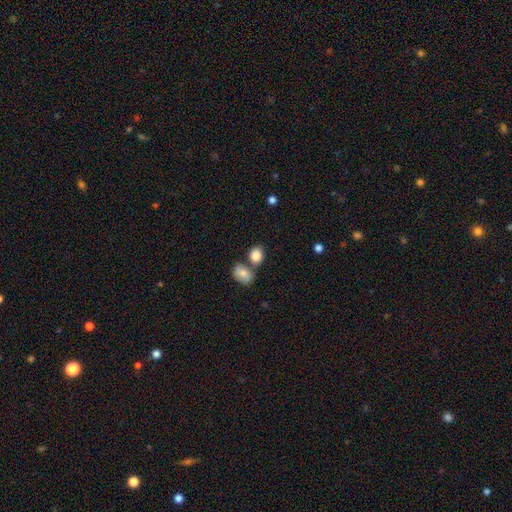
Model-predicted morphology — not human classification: A smooth galaxy with no disk features (86%) that is in between round and cigar-shaped (58%).

Vote fractions:
- Smooth or featured? smooth: 86% / star or artifact: 8% / featured or disk: 6%
- How rounded? in between: 58% / round: 41% / cigar-shaped: 1%
- Merging? none: 53% / merger: 31% / minor disturbance: 12% / major disturbance: 4%